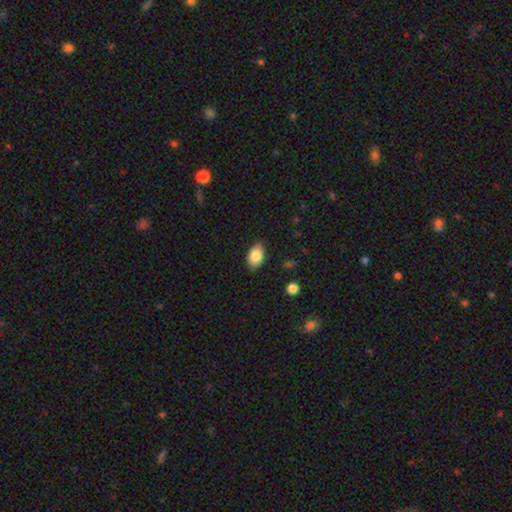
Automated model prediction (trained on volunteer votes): Smooth or featured? Predicted: smooth (p=0.84). How rounded? Predicted: in between (p=0.89). Merging? Predicted: none (p=0.85).